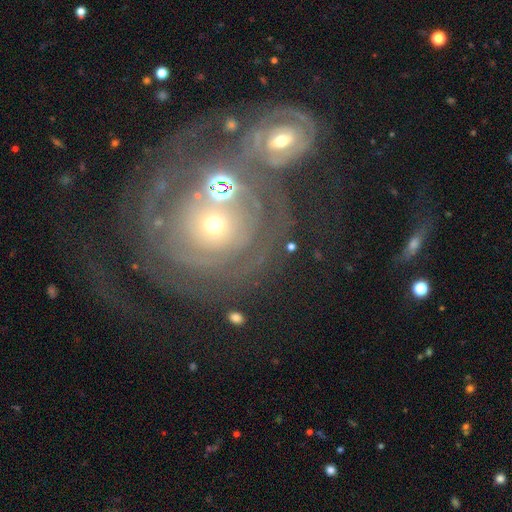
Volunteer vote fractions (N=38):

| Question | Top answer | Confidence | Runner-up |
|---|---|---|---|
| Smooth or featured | featured or disk | 84% | smooth (13%) |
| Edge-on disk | no | 97% | yes (3%) |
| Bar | no | 74% | weak (23%) |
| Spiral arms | yes | 68% | no (32%) |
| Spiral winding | tight | 62% | medium (19%) |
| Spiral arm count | can't tell | 57% | 1 (14%) |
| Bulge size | small | 71% | moderate (26%) |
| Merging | merger | 59% | none (27%) |